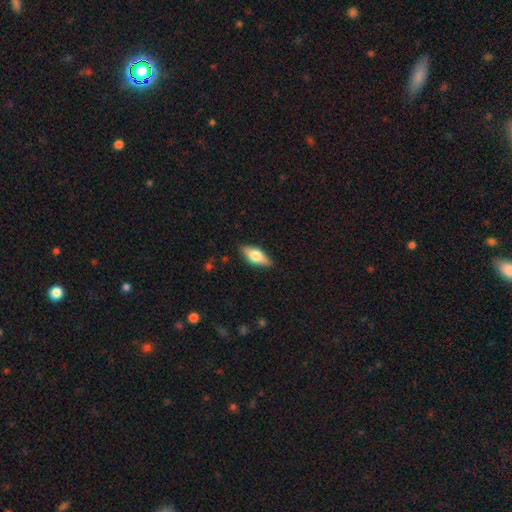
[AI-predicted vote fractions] Smooth or featured: smooth — 54% (featured or disk — 39%)
How rounded: in between — 77% (cigar-shaped — 20%)
Merging: none — 86% (minor disturbance — 10%)